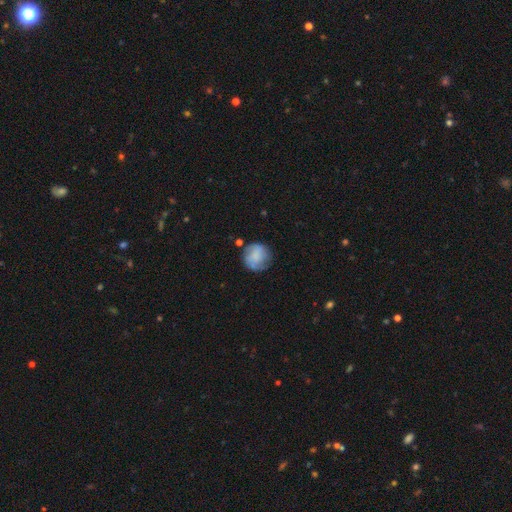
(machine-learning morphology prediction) Smooth or featured? Predicted: smooth (p=0.66). How rounded? Predicted: round (p=0.87). Merging? Predicted: none (p=0.63).